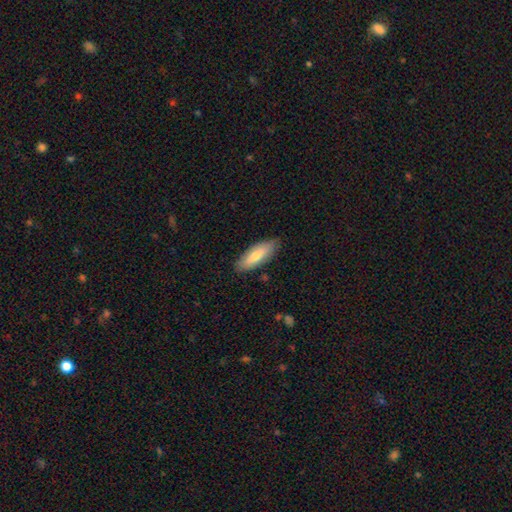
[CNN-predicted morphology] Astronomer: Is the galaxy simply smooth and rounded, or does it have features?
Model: smooth — 68%.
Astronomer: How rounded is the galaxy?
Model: in between — 60% (runner-up: cigar-shaped, 38%).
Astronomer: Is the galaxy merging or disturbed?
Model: none — 87%.